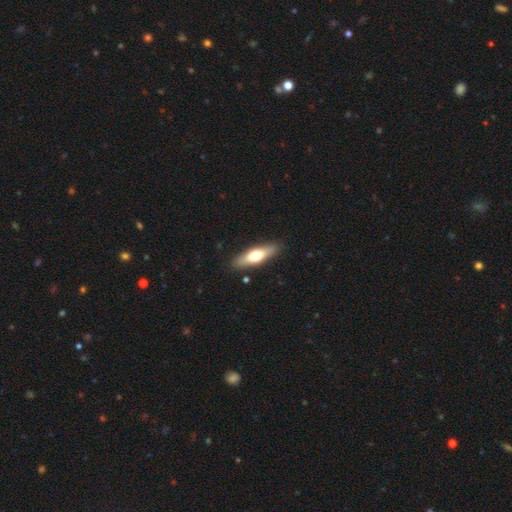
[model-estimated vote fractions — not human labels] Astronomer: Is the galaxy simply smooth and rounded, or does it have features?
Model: smooth — 57% (runner-up: featured or disk, 37%).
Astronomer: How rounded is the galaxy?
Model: cigar-shaped — 53% (runner-up: in between, 45%).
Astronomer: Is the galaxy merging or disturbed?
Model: none — 87%.